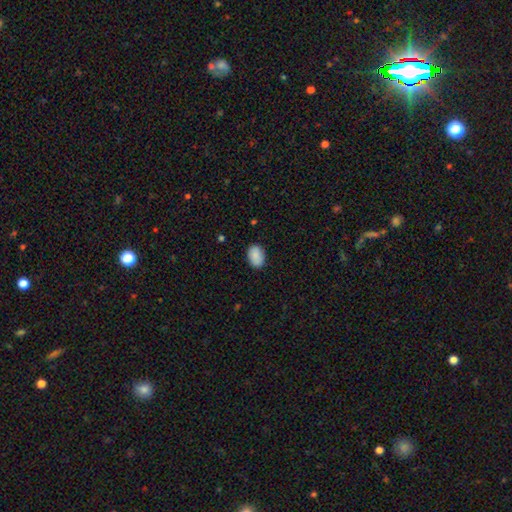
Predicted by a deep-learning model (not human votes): Smooth or featured: smooth — 89% (star or artifact — 7%)
How rounded: in between — 81% (round — 18%)
Merging: none — 86% (minor disturbance — 11%)